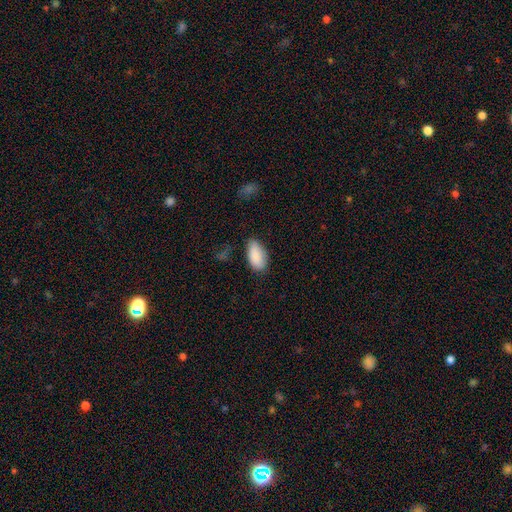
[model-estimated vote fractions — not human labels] Smooth or featured? Predicted: smooth (p=0.89). How rounded? Predicted: in between (p=0.94). Merging? Predicted: none (p=0.78).